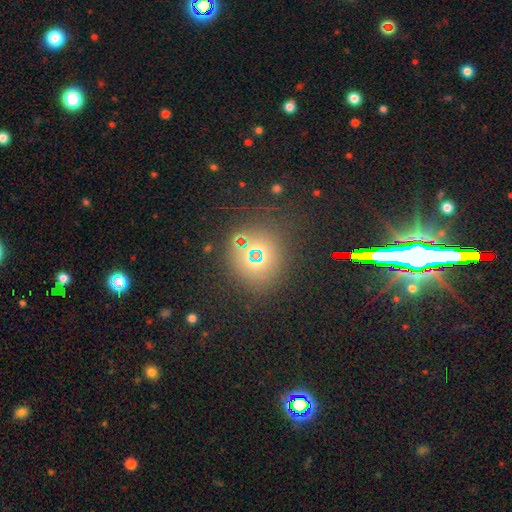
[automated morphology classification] star or artifact 57%, smooth 34%, featured or disk 10%.